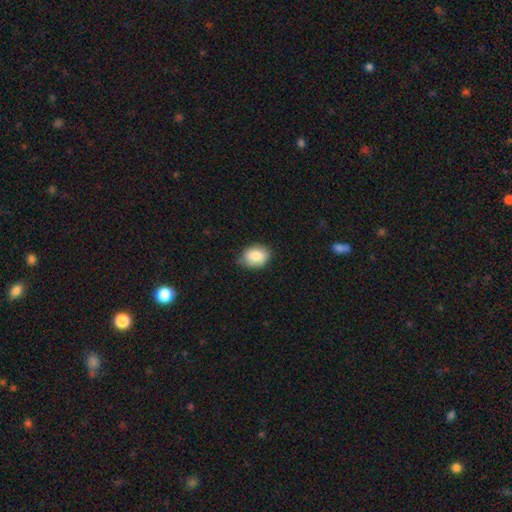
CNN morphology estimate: This is clearly a smooth galaxy (84%). How rounded: likely in between (63%). Merging: likely none (73%).